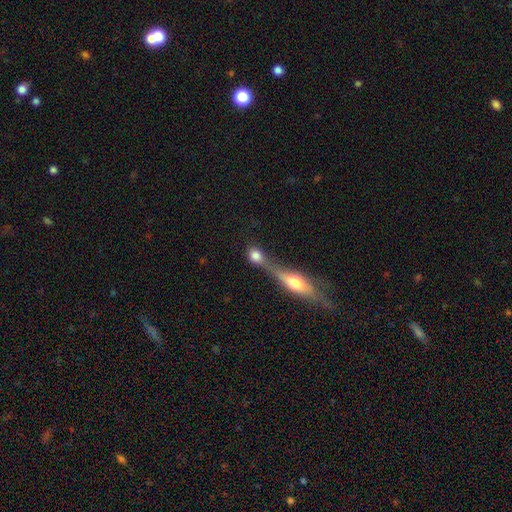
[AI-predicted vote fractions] Smooth or featured?
  - smooth: 75% *
  - featured or disk: 15%
  - star or artifact: 10%
How rounded?
  - round: 63% *
  - in between: 29%
  - cigar-shaped: 8%
Merging?
  - merger: 52% *
  - none: 34%
  - minor disturbance: 8%
  - major disturbance: 6%